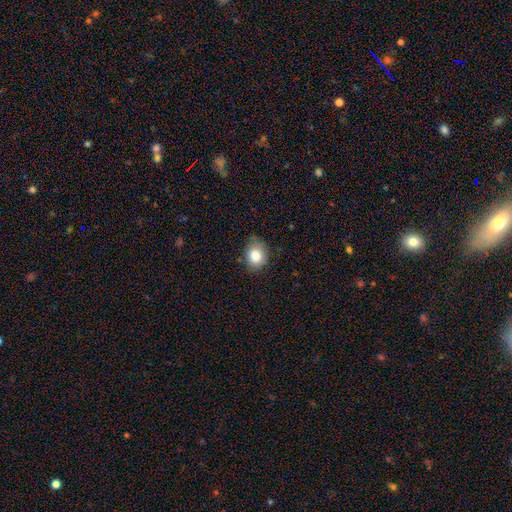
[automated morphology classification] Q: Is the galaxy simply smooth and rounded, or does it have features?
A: smooth — 82%.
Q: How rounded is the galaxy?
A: round — 55%.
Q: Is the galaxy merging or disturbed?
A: none — 75%.